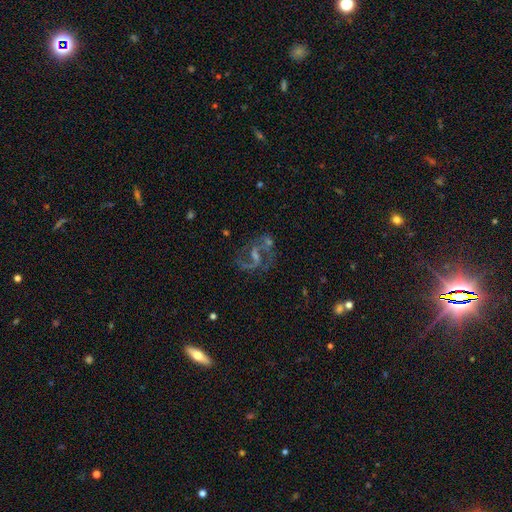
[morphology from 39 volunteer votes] A featured or disk galaxy (97%) with a weak bar (43%), 2 (94%) loose (53%) spiral arms (92%) and no central bulge (43%).

Vote fractions:
- Smooth or featured? featured or disk: 97% / star or artifact: 3% / smooth: 0%
- Edge-on disk? no: 97% / yes: 3%
- Bar? weak: 43% / strong: 32% / no: 24%
- Spiral arms? yes: 92% / no: 8%
- Spiral winding? loose: 53% / medium: 38% / tight: 9%
- Spiral arm count? 2: 94% / more than 4: 3% / can't tell: 3% / 1: 0% / 3: 0% / 4: 0%
- Bulge size? none: 43% / small: 27% / moderate: 24% / dominant: 3% / large: 3%
- Merging? none: 50% / merger: 18% / minor disturbance: 16% / major disturbance: 16%